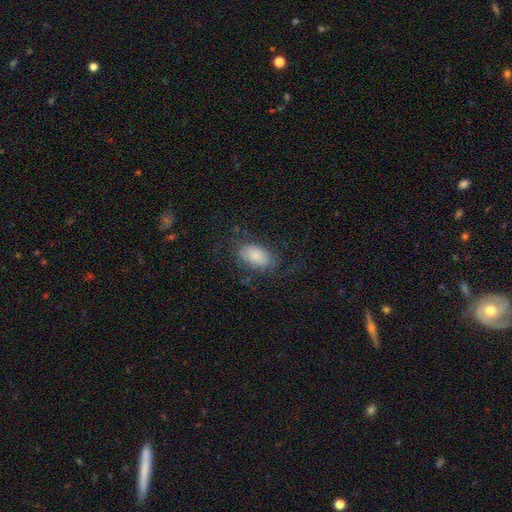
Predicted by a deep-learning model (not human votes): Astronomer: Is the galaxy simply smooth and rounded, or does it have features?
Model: smooth — 74%.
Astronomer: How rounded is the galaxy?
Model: in between — 91%.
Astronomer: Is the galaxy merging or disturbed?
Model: none — 67%.